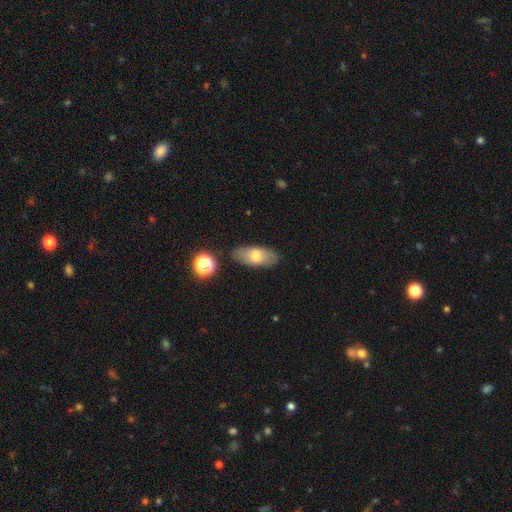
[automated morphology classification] type=smooth (73%); roundness=in between (85%); merging=none (82%).